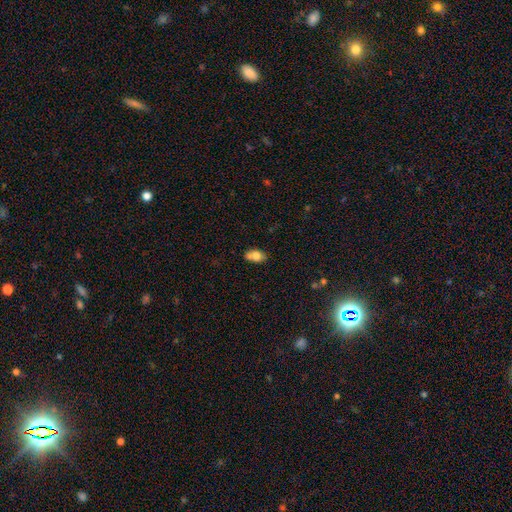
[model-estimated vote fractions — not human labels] Overall: smooth (75%). How rounded: in between (84%). Merging: none (51%; merger 29%).